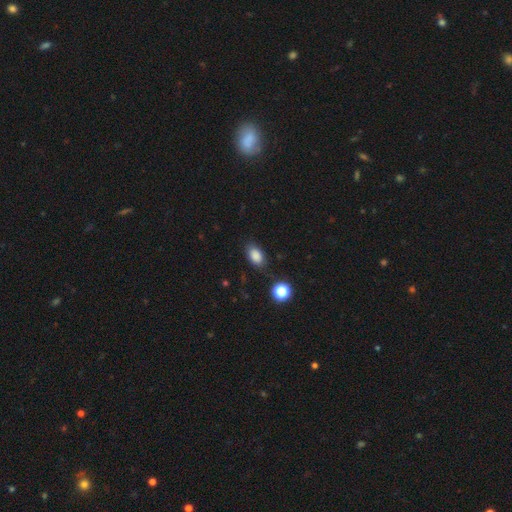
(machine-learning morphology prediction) Overall: smooth (85%). How rounded: in between (87%). Merging: none (80%).